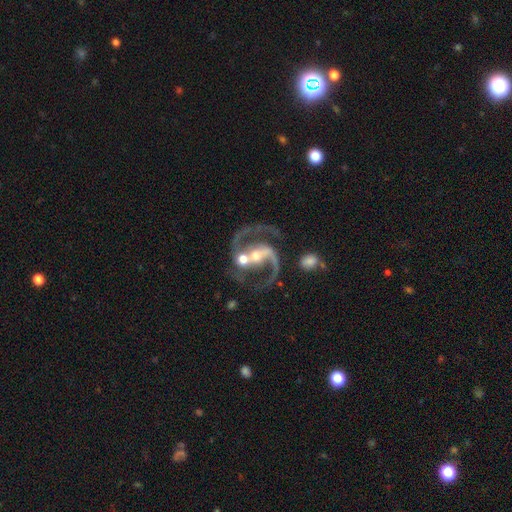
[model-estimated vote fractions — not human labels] Smooth or featured? Predicted: featured or disk (p=0.91). Edge-on disk? Predicted: no (p=0.98). Bar? Predicted: strong (p=0.41). Spiral arms? Predicted: yes (p=0.98). Spiral winding? Predicted: medium (p=0.64). Spiral arm count? Predicted: 2 (p=0.92). Bulge size? Predicted: moderate (p=0.55). Merging? Predicted: none (p=0.54).